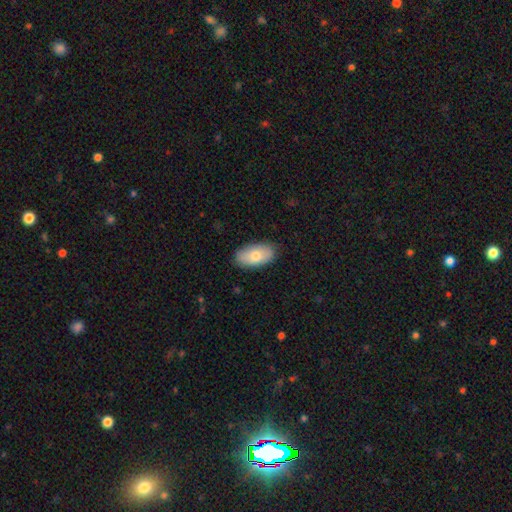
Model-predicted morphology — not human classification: Overall: smooth (76%). How rounded: in between (94%). Merging: none (86%).